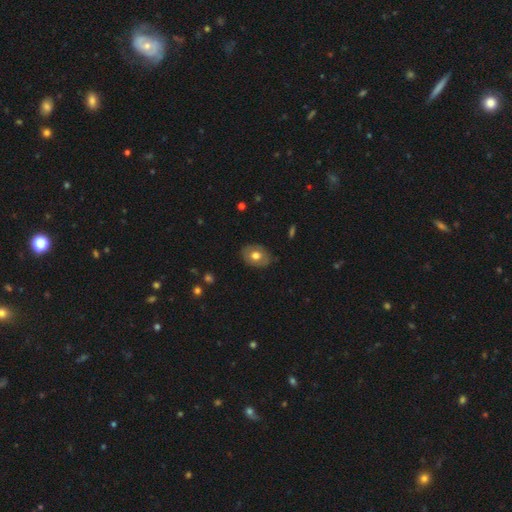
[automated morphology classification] Smooth or featured?
  - smooth: 61% *
  - featured or disk: 32%
  - star or artifact: 7%
How rounded?
  - in between: 67% *
  - round: 32%
  - cigar-shaped: 1%
Merging?
  - none: 83% *
  - minor disturbance: 13%
  - major disturbance: 3%
  - merger: 1%